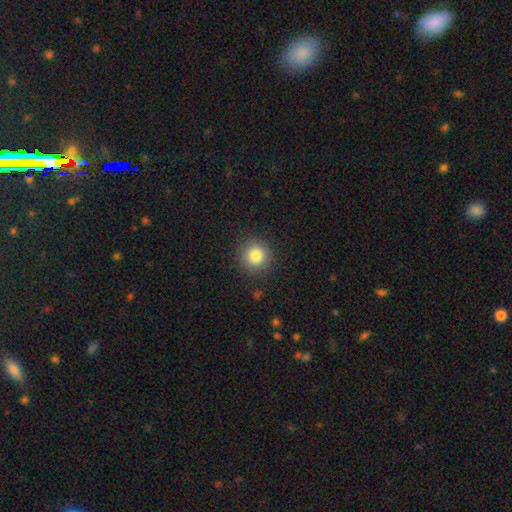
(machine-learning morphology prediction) Smooth or featured? Predicted: smooth (p=0.82). How rounded? Predicted: round (p=0.93). Merging? Predicted: none (p=0.89).